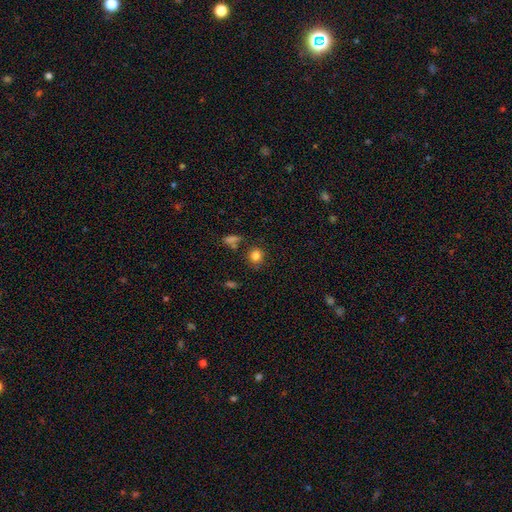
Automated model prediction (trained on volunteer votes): Morphology: type=smooth (83%); roundness=round (85%); merging=none (80%).